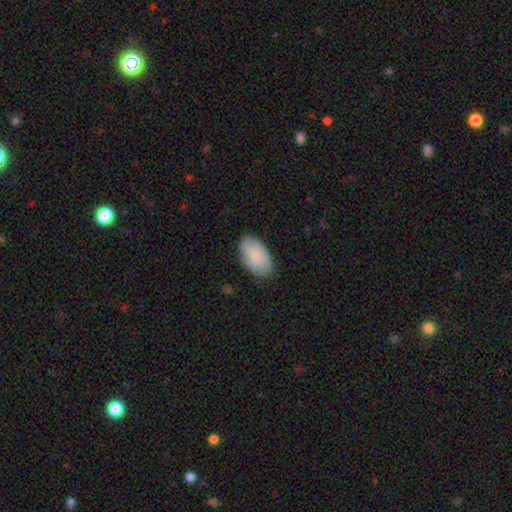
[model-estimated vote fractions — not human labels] This appears to be a smooth galaxy with no disk features (75%) that is in between round and cigar-shaped (94%). Merging: none (79%).